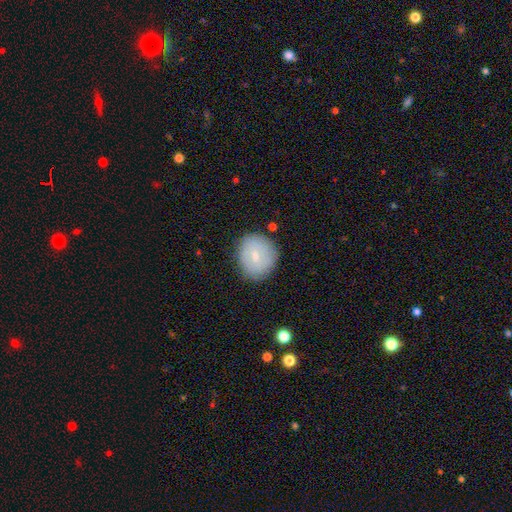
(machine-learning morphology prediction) Overall: smooth (62%; featured or disk 30%). How rounded: round (84%). Merging: none (83%).